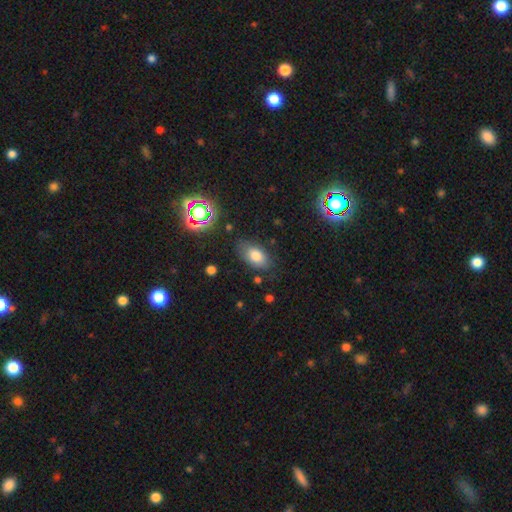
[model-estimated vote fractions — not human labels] This appears to be a smooth galaxy with no disk features (76%) that is in between round and cigar-shaped (90%). Merging: none (76%).